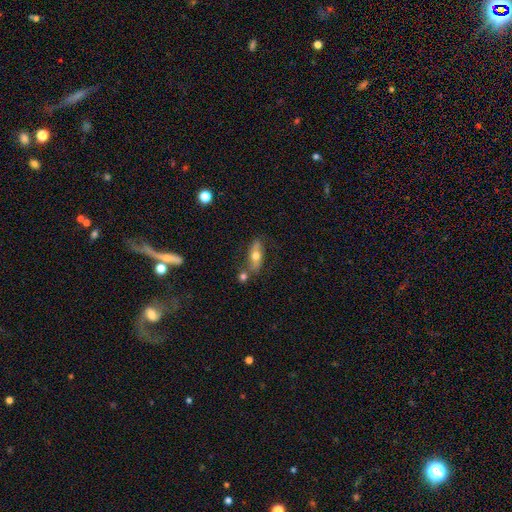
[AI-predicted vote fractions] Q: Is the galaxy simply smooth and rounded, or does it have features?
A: smooth — 56%.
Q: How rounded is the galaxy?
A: in between — 65%.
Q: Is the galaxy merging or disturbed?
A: none — 63%.